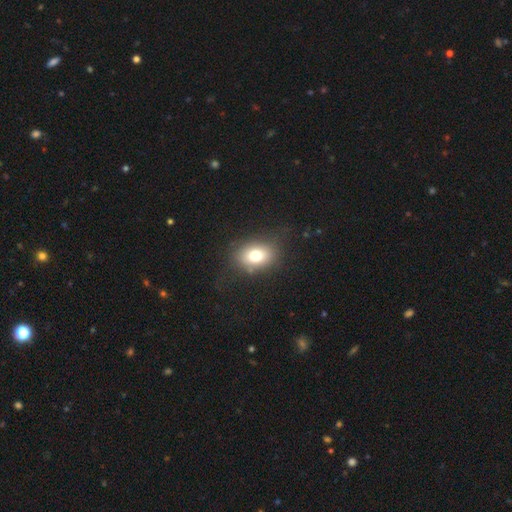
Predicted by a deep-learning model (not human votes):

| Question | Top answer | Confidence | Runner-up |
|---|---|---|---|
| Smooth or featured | smooth | 76% | featured or disk (13%) |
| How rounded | in between | 70% | round (29%) |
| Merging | none | 76% | minor disturbance (15%) |